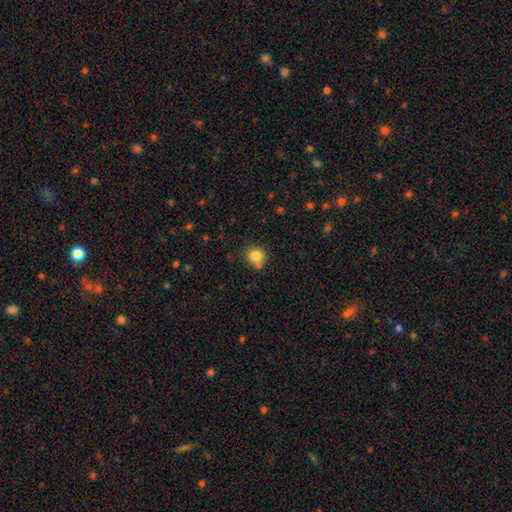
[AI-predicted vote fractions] This appears to be a smooth galaxy with no disk features (83%) that is round (89%). Merging: none (68%).